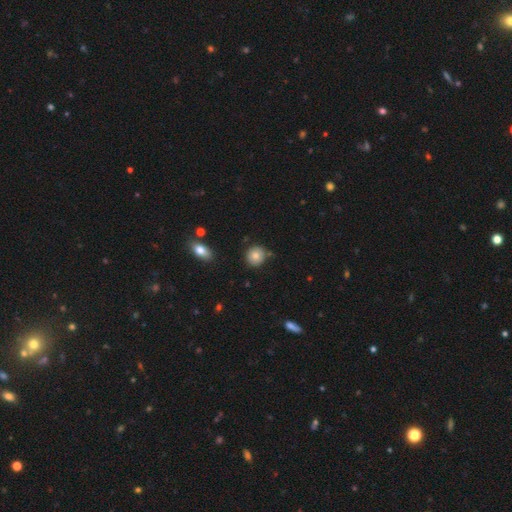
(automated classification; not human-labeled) Morphology: type=smooth (80%); roundness=round (88%); merging=none (81%).